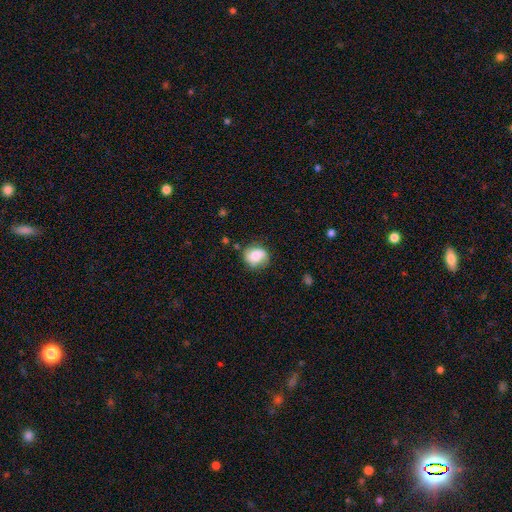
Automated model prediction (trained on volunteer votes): The model was most divided on "merging": none: 65%, minor disturbance: 24%, major disturbance: 8%, merger: 3%. More confident: how rounded — round (72%); smooth or featured — smooth (68%).